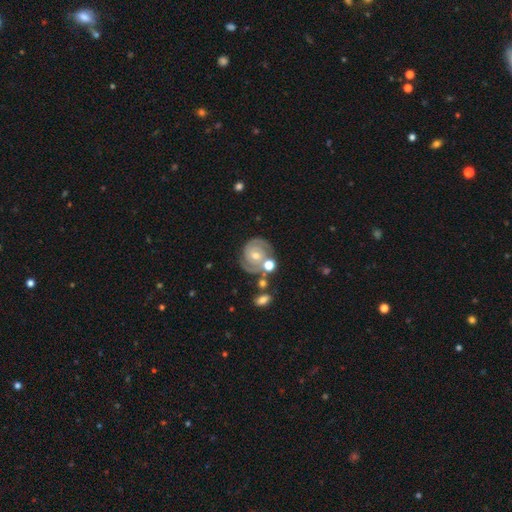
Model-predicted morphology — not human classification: type=featured or disk (82%); edge-on=no (98%); bar=no (63%); spiral arms=yes (95%); winding=tight (64%); arm count=2 (76%); bulge=moderate (55%); merging=none (64%).